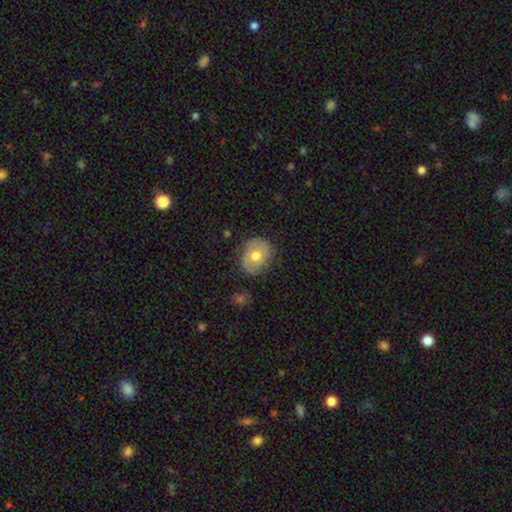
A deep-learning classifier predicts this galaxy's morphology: A smooth galaxy with no disk features (59%) that is round (55%).

Vote fractions:
- Smooth or featured? smooth: 59% / featured or disk: 34% / star or artifact: 7%
- How rounded? round: 55% / in between: 44% / cigar-shaped: 1%
- Merging? none: 78% / minor disturbance: 17% / major disturbance: 4% / merger: 1%